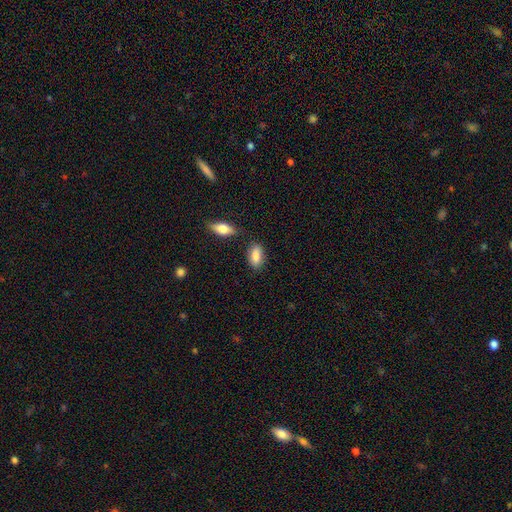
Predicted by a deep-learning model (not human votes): The model was most divided on "merging": none: 78%, minor disturbance: 13%, merger: 6%, major disturbance: 3%. More confident: how rounded — in between (89%); smooth or featured — smooth (86%).